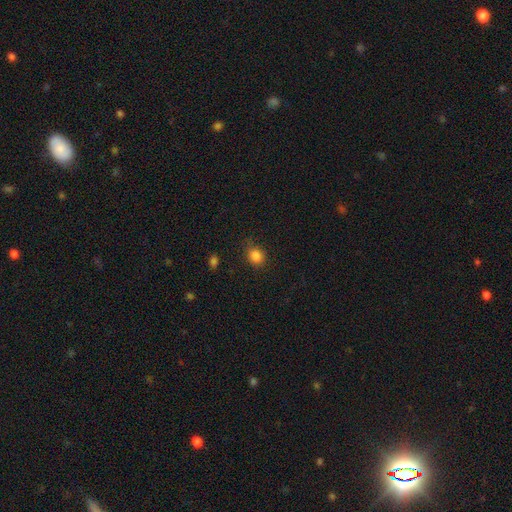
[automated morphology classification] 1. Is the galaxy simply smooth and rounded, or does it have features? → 84% smooth, 12% star or artifact, 4% featured or disk.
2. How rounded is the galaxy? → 73% round, 26% in between, 1% cigar-shaped.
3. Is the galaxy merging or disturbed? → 79% none, 16% minor disturbance, 4% major disturbance, 2% merger.